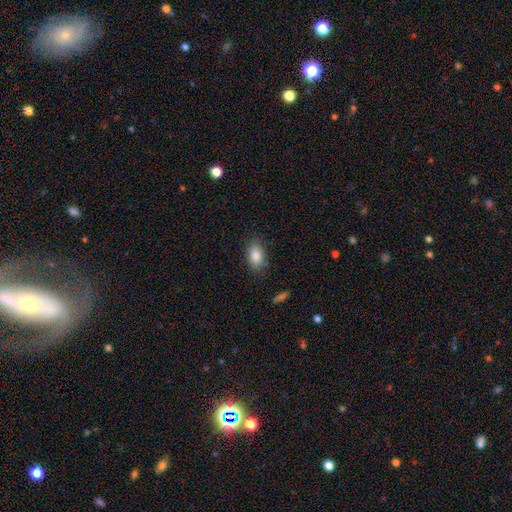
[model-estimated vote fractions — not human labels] The model was most divided on "merging": none: 83%, minor disturbance: 12%, major disturbance: 3%, merger: 1%. More confident: how rounded — in between (90%); smooth or featured — smooth (86%).